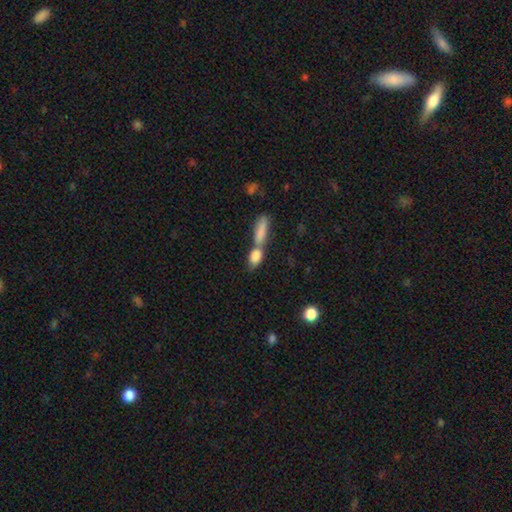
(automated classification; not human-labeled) A smooth galaxy with no disk features (82%) that is in between round and cigar-shaped (70%).

Vote fractions:
- Smooth or featured? smooth: 82% / featured or disk: 11% / star or artifact: 8%
- How rounded? in between: 70% / cigar-shaped: 21% / round: 10%
- Merging? merger: 62% / none: 26% / minor disturbance: 7% / major disturbance: 4%